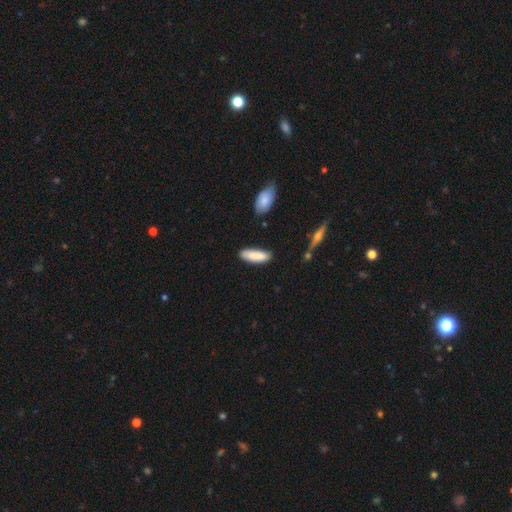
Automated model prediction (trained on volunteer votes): A smooth galaxy with no disk features (86%) that is cigar-shaped (50%). Merging: none (80%).